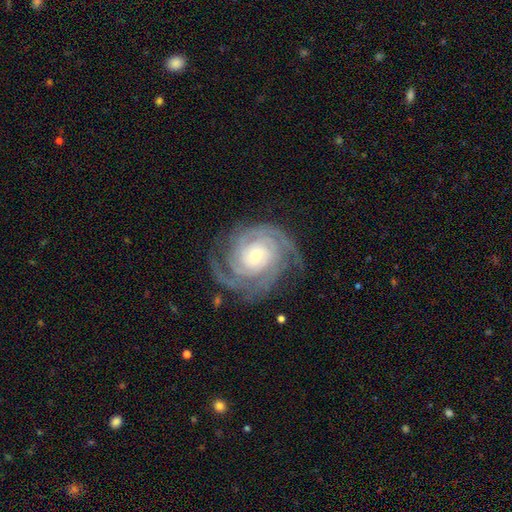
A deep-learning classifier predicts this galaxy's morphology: featured or disk 92%, star or artifact 4%, smooth 4%. Down the decision tree: edge-on disk — no (98%); bar — no (74%); spiral arms — yes (98%); spiral arm count — 3 (30%); spiral winding — tight (78%); bulge size — small (53%); merging — none (76%).